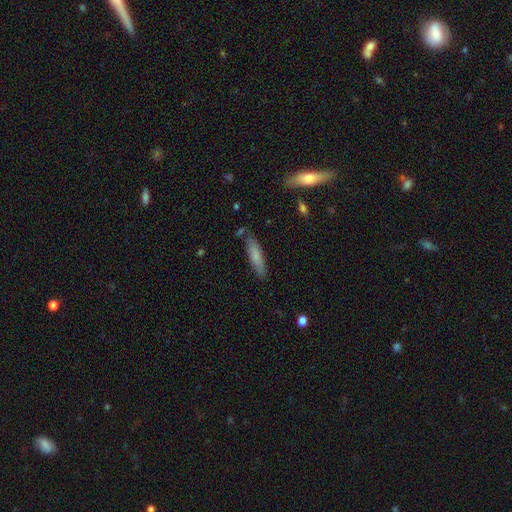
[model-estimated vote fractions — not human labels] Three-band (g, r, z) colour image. It shows a smooth galaxy with no disk features (76%) that is cigar-shaped (76%). Merging: none (81%).